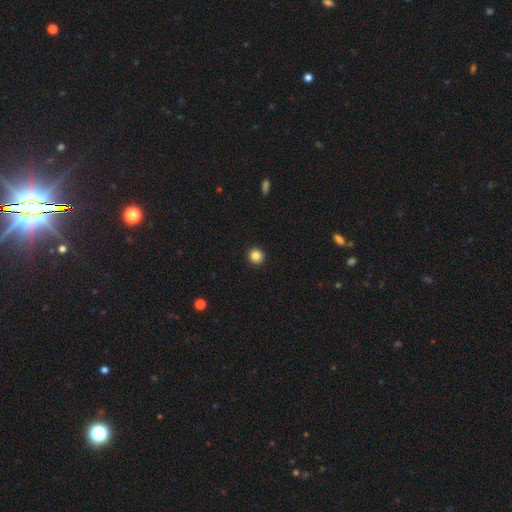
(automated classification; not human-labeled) smooth 85%, star or artifact 11%, featured or disk 4%. Down the decision tree: how rounded — round (94%); merging — none (94%).